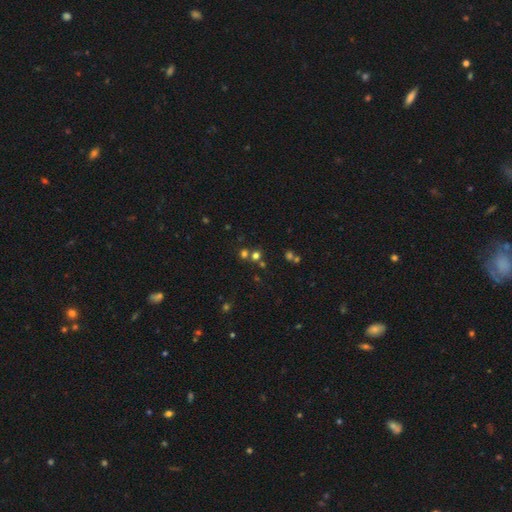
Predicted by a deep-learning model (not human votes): Morphology: type=smooth (56%); roundness=round (86%); merging=none (64%).